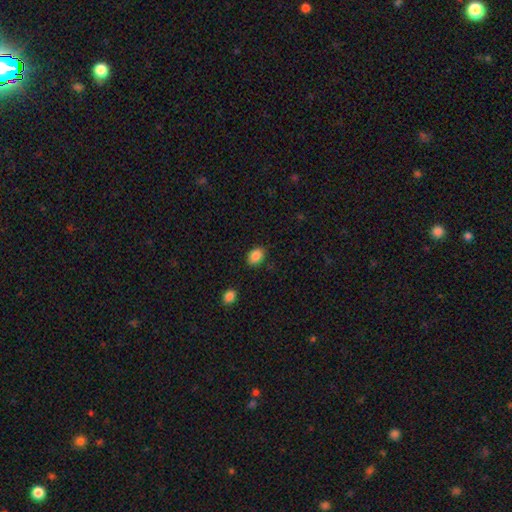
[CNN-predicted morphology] smooth_or_featured: smooth (p=0.88) [alt: star or artifact p=0.08]
how_rounded: in between (p=0.75) [alt: round p=0.24]
merging: none (p=0.85) [alt: minor disturbance p=0.10]